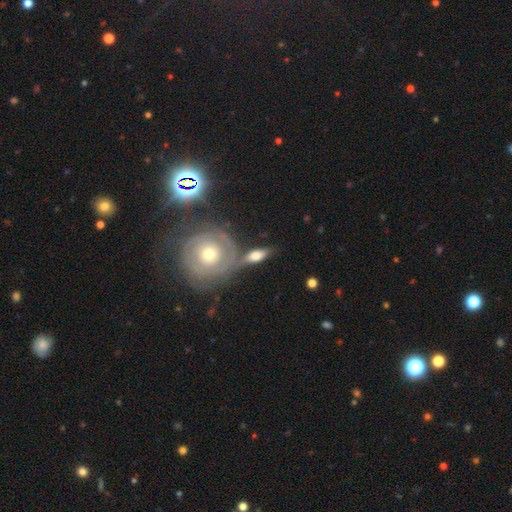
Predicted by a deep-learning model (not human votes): Morphology: type=featured or disk (50%); edge-on=no (51%); merging=none (56%).